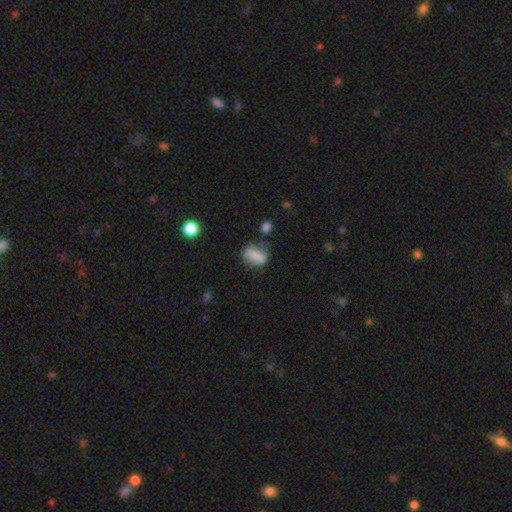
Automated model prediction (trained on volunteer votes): Smooth or featured: smooth — 74% (featured or disk — 16%)
How rounded: in between — 73% (round — 16%)
Merging: none — 56% (minor disturbance — 25%)